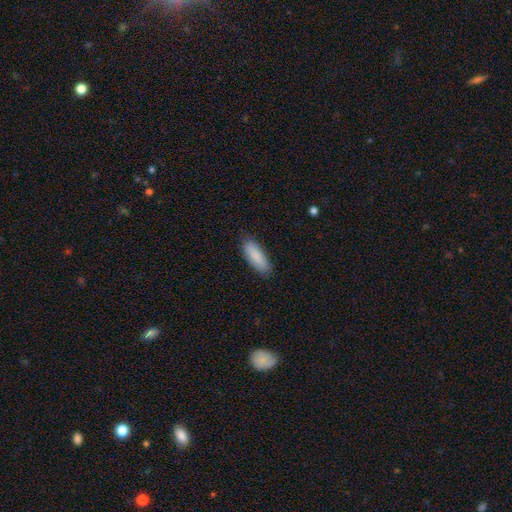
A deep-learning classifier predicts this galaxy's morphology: Smooth or featured: smooth — 88% (featured or disk — 6%)
How rounded: in between — 62% (cigar-shaped — 36%)
Merging: none — 86% (minor disturbance — 11%)